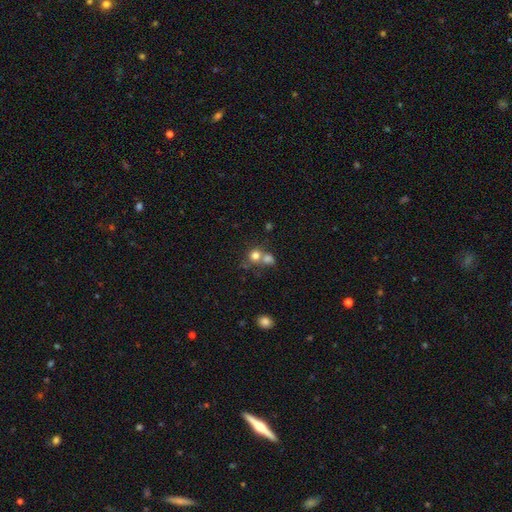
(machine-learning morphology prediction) The model was most divided on "merging": merger: 48%, none: 39%, minor disturbance: 8%, major disturbance: 5%. More confident: how rounded — round (83%); smooth or featured — smooth (75%).